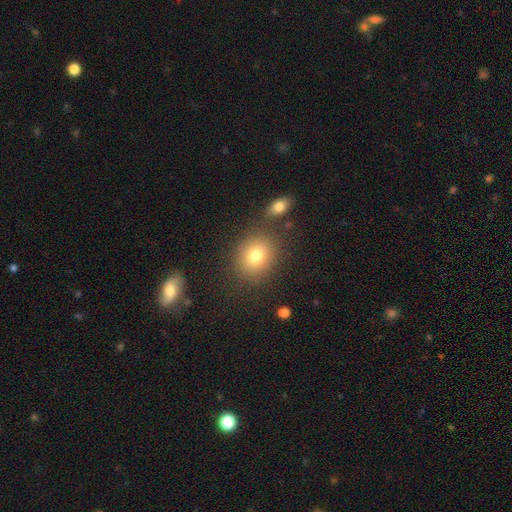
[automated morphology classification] smooth_or_featured: smooth (p=0.78) [alt: star or artifact p=0.12]
how_rounded: round (p=0.63) [alt: in between p=0.36]
merging: none (p=0.77) [alt: minor disturbance p=0.11]